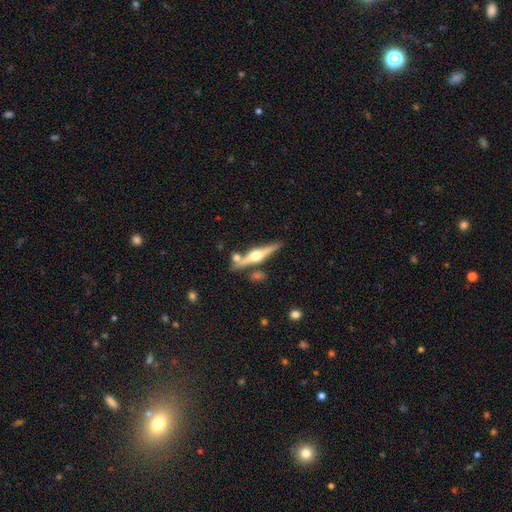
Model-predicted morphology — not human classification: Smooth or featured? Predicted: featured or disk (p=0.78). Edge-on disk? Predicted: yes (p=0.97). Edge-on bulge? Predicted: rounded (p=0.95). Merging? Predicted: none (p=0.77).